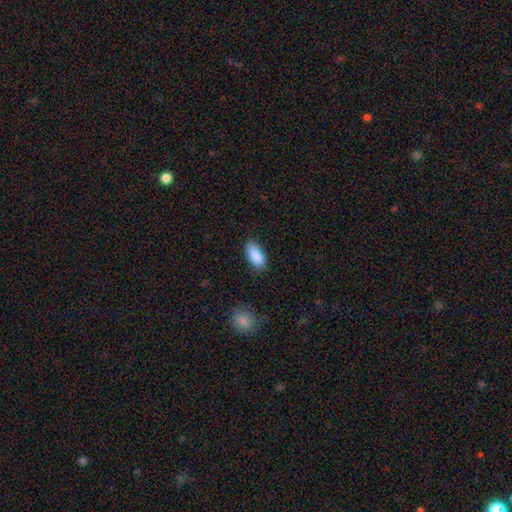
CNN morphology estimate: Smooth or featured?
  - smooth: 89% *
  - star or artifact: 7%
  - featured or disk: 4%
How rounded?
  - in between: 89% *
  - cigar-shaped: 9%
  - round: 2%
Merging?
  - none: 80% *
  - minor disturbance: 16%
  - major disturbance: 3%
  - merger: 2%